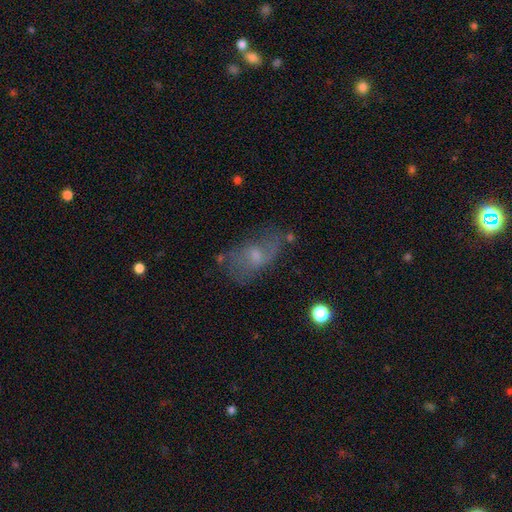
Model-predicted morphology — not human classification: Overall: featured or disk (55%; smooth 33%). Edge-on disk: no (94%). Bar: no (52%; weak 41%). Spiral arms: yes (66%; no 34%). Bulge size: small (45%; moderate 40%). Merging: none (55%; minor disturbance 24%).